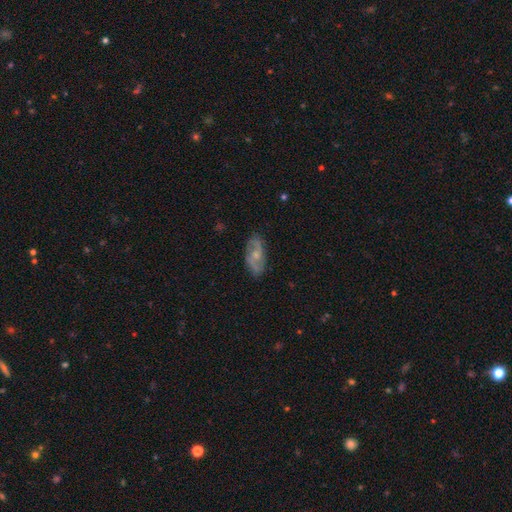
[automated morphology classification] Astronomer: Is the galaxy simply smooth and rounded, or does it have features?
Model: featured or disk — 62%.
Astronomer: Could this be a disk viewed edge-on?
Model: no — 91%.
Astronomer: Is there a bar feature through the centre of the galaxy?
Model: no — 61%.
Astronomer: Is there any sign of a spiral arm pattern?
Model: yes — 79%.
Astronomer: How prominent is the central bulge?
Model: moderate — 46% (runner-up: small, 42%).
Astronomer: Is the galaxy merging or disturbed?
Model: none — 78%.